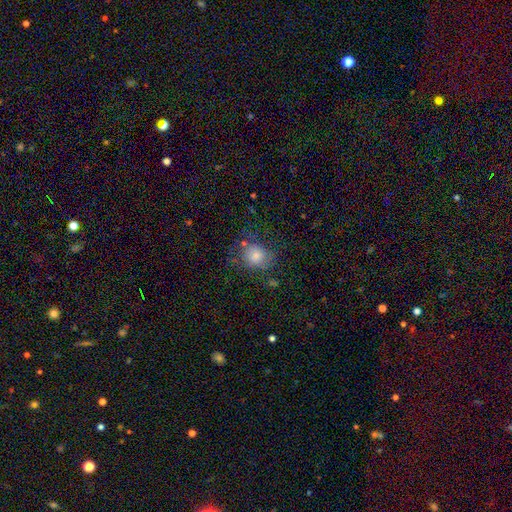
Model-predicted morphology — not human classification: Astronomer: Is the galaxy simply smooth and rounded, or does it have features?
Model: smooth — 73%.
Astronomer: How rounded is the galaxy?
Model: round — 63%.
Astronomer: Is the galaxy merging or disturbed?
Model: none — 56%.